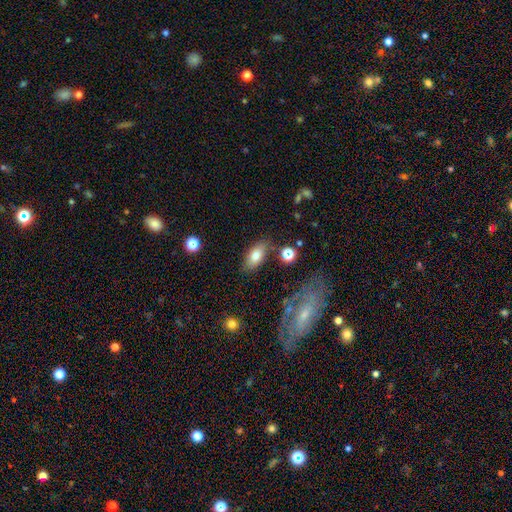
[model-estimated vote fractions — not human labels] smooth-or-featured: smooth: 77% | featured or disk: 14% | star or artifact: 9%
  how-rounded: in between: 87% | cigar-shaped: 7% | round: 6%
  merging: none: 80% | minor disturbance: 13% | merger: 4% | major disturbance: 4%